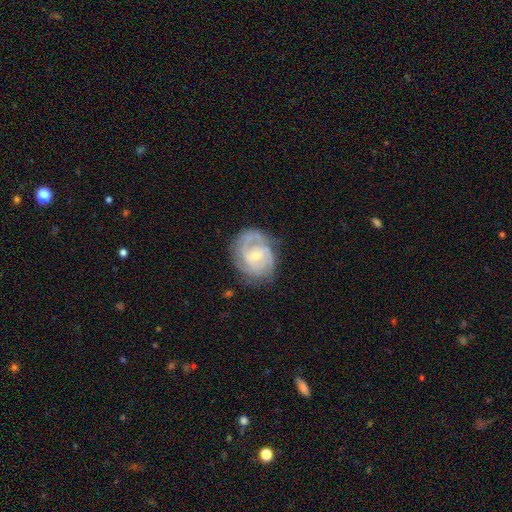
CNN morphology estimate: A featured or disk galaxy (82%) with no bar (54%), 2 (43%) tight (61%) spiral arms (93%) and a small central bulge (61%).

Vote fractions:
- Smooth or featured? featured or disk: 82% / smooth: 13% / star or artifact: 5%
- Edge-on disk? no: 98% / yes: 2%
- Bar? no: 54% / weak: 39% / strong: 7%
- Spiral arms? yes: 93% / no: 7%
- Spiral winding? tight: 61% / medium: 31% / loose: 8%
- Spiral arm count? 2: 43% / can't tell: 27% / 3: 17% / 1: 6% / 4: 4% / more than 4: 3%
- Bulge size? small: 61% / moderate: 35% / none: 2% / large: 2% / dominant: 1%
- Merging? none: 67% / minor disturbance: 21% / major disturbance: 10% / merger: 2%